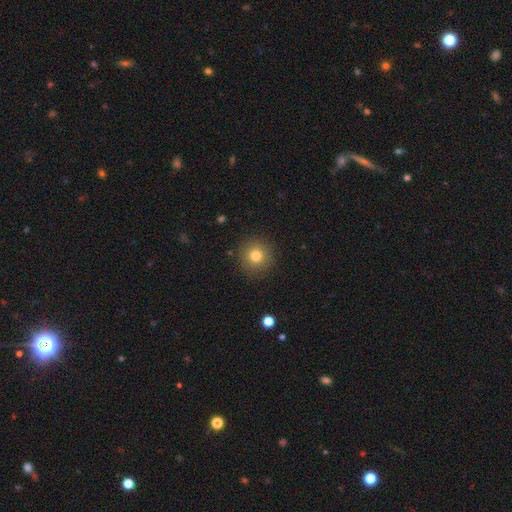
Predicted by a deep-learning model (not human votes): This is likely a smooth galaxy (78%). How rounded: clearly round (94%). Merging: clearly none (90%).